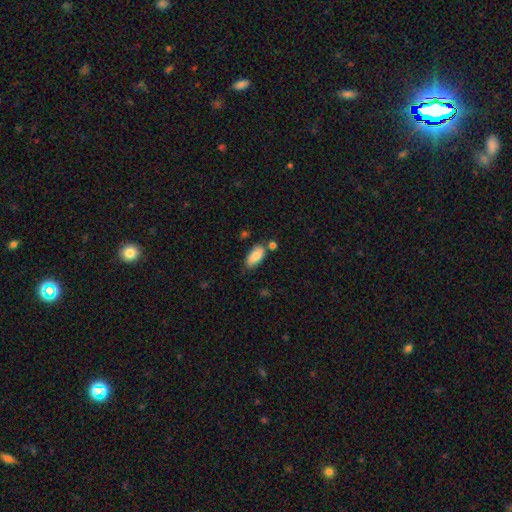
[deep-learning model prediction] A smooth galaxy with no disk features (85%) that is in between round and cigar-shaped (91%).

Vote fractions:
- Smooth or featured? smooth: 85% / featured or disk: 9% / star or artifact: 7%
- How rounded? in between: 91% / cigar-shaped: 7% / round: 2%
- Merging? none: 70% / minor disturbance: 18% / merger: 9% / major disturbance: 4%